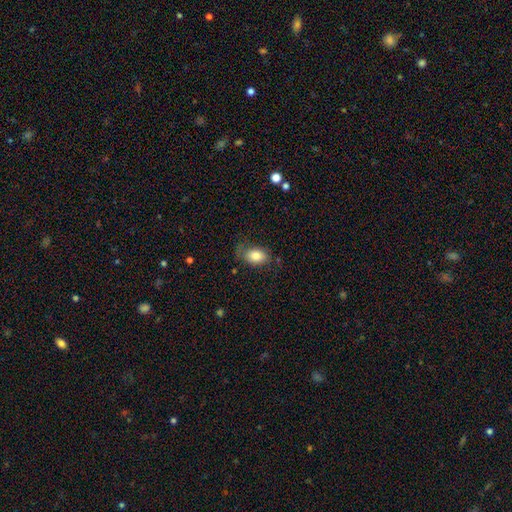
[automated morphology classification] The model was most divided on "merging": none: 62%, minor disturbance: 25%, major disturbance: 11%, merger: 2%. More confident: how rounded — in between (85%); smooth or featured — smooth (77%).